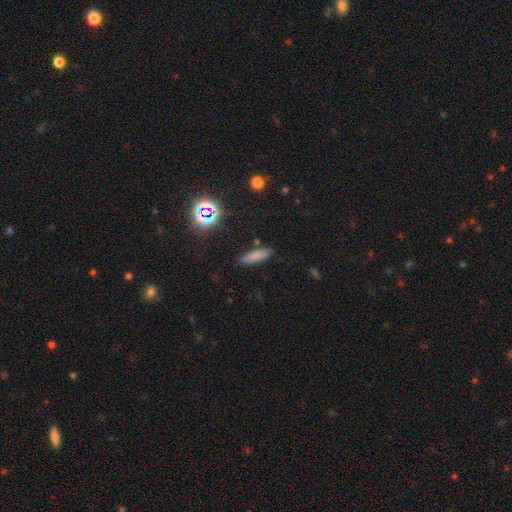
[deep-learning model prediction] Morphology: type=smooth (79%); roundness=cigar-shaped (54%); merging=none (86%).